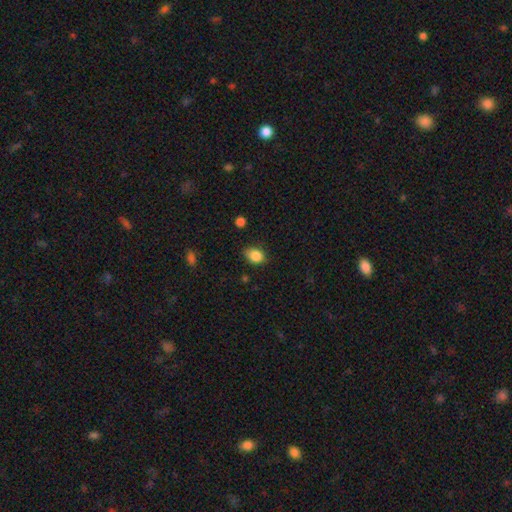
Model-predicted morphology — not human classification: Smooth or featured? smooth (86%)
How rounded? in between (62%)
Merging? none (71%)